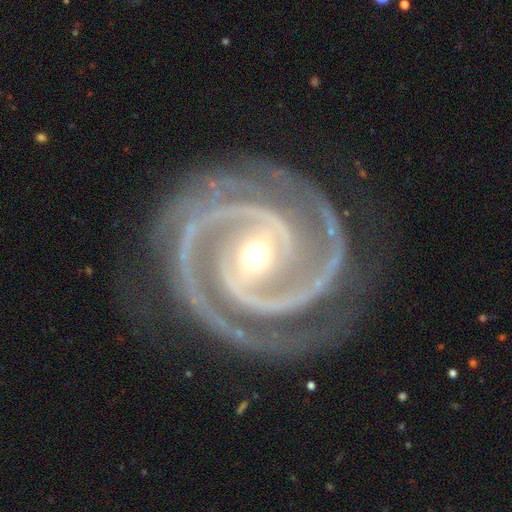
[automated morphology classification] This is clearly a featured or disk galaxy (95%). It is clearly not viewed edge-on (98%). Bar: marginally strong (38%). Spiral arm pattern: clearly yes (99%). Spiral arm count: likely 2 (71%). Spiral winding: likely tight (75%). Central bulge: possibly small (52%). Merging: clearly none (82%).